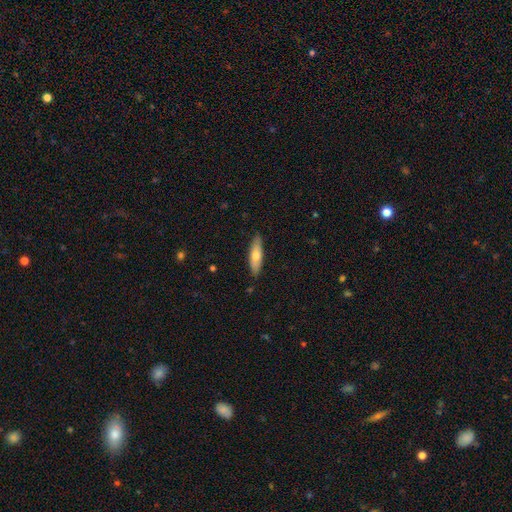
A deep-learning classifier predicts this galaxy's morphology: This appears to be a smooth galaxy with no disk features (67%) that is cigar-shaped (61%). Merging: none (87%).